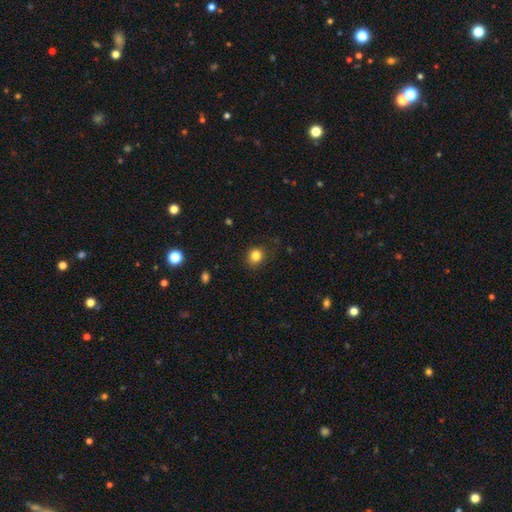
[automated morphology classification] type=smooth (83%); roundness=round (81%); merging=none (83%).